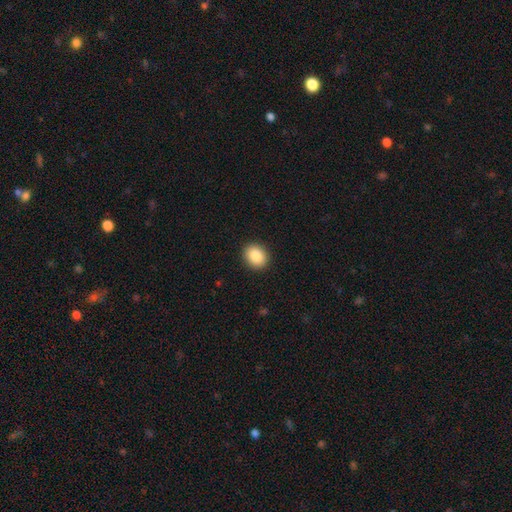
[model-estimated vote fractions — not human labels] smooth_or_featured: smooth (p=0.86) [alt: star or artifact p=0.08]
how_rounded: round (p=0.56) [alt: in between p=0.43]
merging: none (p=0.91) [alt: minor disturbance p=0.06]